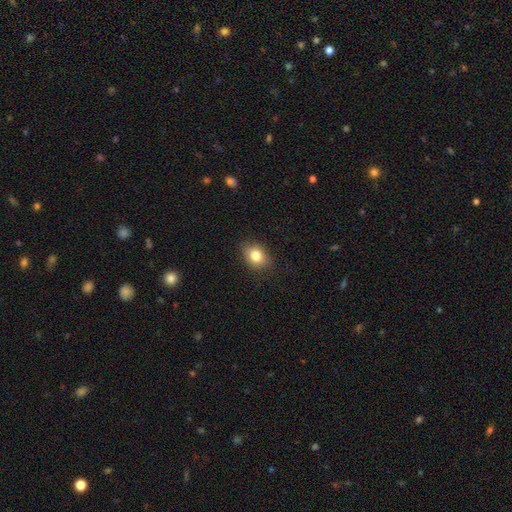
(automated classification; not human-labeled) This appears to be a smooth galaxy with no disk features (81%) that is in between round and cigar-shaped (56%). Merging: none (83%).